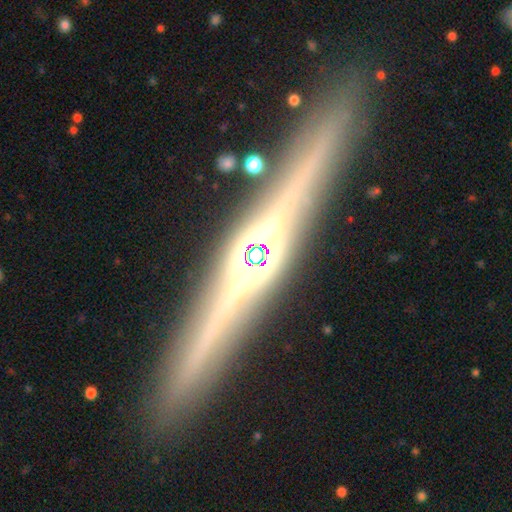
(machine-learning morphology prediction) This is clearly a featured or disk galaxy (88%). It is clearly viewed edge-on (98%). Edge-on bulge: possibly rounded (59%). Merging: clearly none (92%).